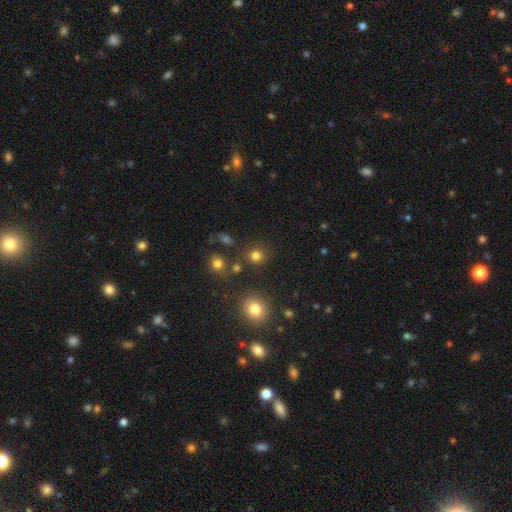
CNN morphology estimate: The model was most divided on "smooth or featured": smooth: 79%, star or artifact: 16%, featured or disk: 5%. More confident: how rounded — round (88%); merging — none (83%).